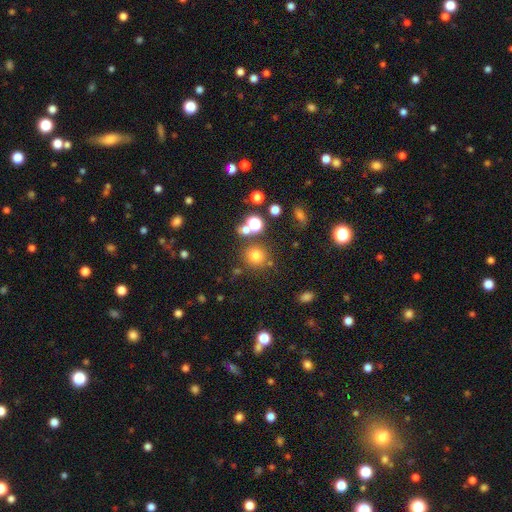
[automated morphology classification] Overall: smooth (73%). How rounded: round (90%). Merging: none (77%).